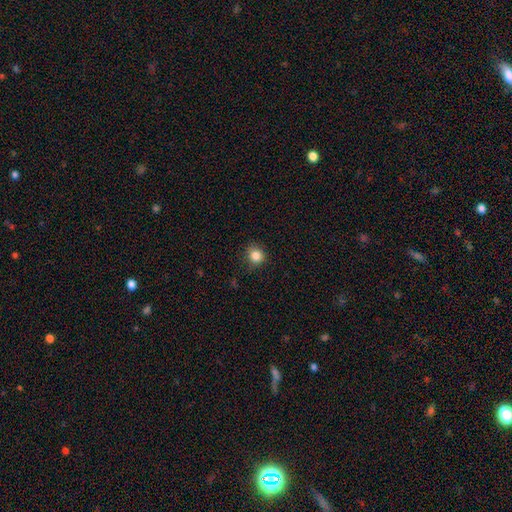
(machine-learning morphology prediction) A smooth galaxy with no disk features (83%) that is round (87%).

Vote fractions:
- Smooth or featured? smooth: 83% / star or artifact: 12% / featured or disk: 5%
- How rounded? round: 87% / in between: 12% / cigar-shaped: 1%
- Merging? none: 83% / minor disturbance: 13% / major disturbance: 3% / merger: 1%